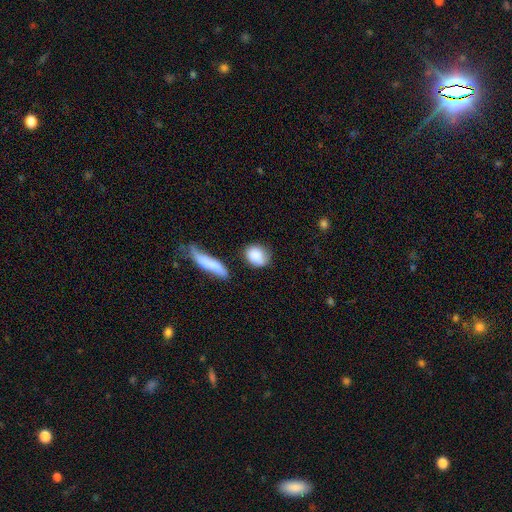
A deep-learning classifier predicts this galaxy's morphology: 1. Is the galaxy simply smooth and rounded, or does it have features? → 85% smooth, 8% featured or disk, 7% star or artifact.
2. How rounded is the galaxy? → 53% round, 43% in between, 3% cigar-shaped.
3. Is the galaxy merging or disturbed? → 60% none, 22% minor disturbance, 10% merger, 7% major disturbance.